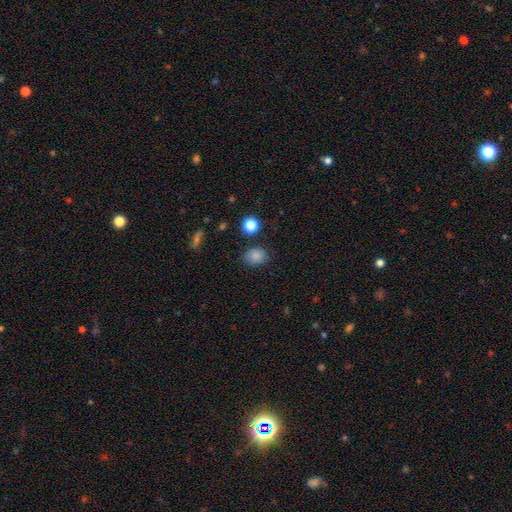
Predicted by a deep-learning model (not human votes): smooth_or_featured: smooth (p=0.83) [alt: star or artifact p=0.12]
how_rounded: round (p=0.50) [alt: in between p=0.49]
merging: none (p=0.79) [alt: minor disturbance p=0.14]